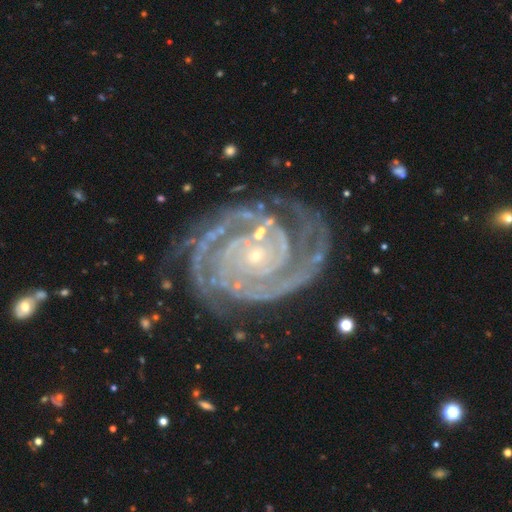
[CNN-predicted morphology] This is clearly a featured or disk galaxy (93%). It is clearly not viewed edge-on (98%). Bar: likely no (72%). Spiral arm pattern: clearly yes (99%). Spiral arm count: marginally 2 (35%). Spiral winding: clearly tight (81%). Central bulge: clearly small (86%). Merging: likely none (74%).